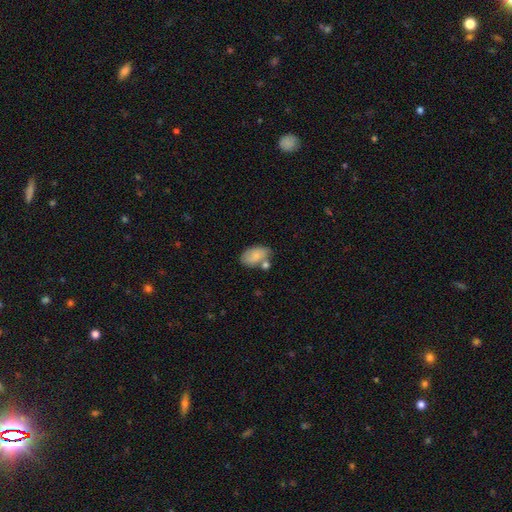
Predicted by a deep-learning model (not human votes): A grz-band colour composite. It shows a smooth galaxy with no disk features (79%) that is in between round and cigar-shaped (92%). Merging: none (51%).